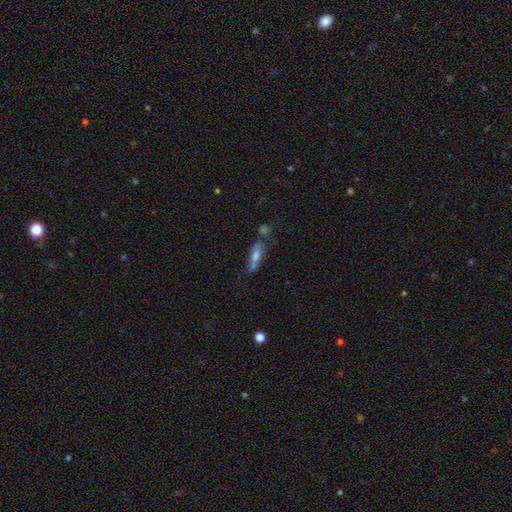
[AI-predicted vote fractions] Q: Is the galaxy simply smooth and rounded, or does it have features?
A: smooth — 47%.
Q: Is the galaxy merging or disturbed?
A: none — 48%.